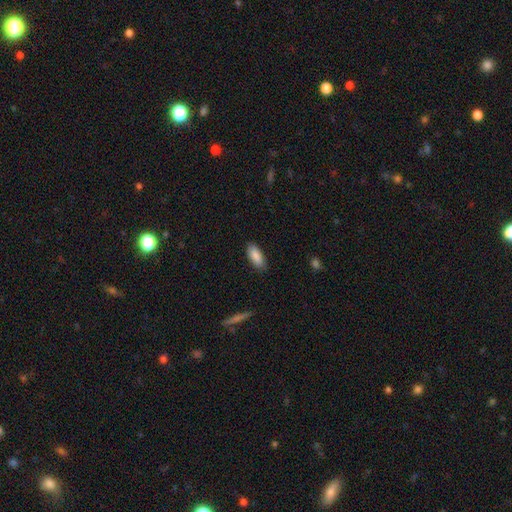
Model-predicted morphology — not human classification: Smooth or featured: smooth — 88% (star or artifact — 6%)
How rounded: in between — 80% (cigar-shaped — 18%)
Merging: none — 84% (minor disturbance — 12%)